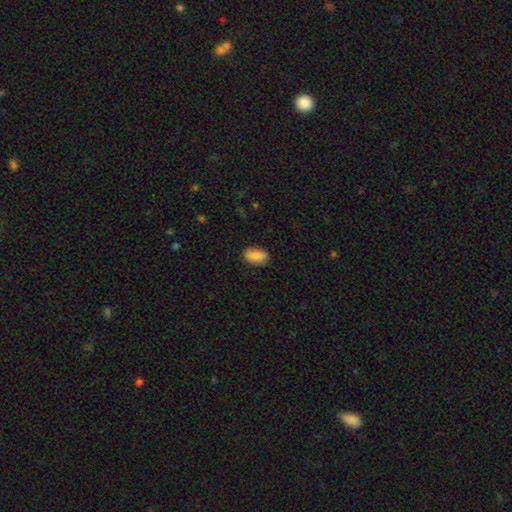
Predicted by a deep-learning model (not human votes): This is clearly a smooth galaxy (86%). How rounded: clearly in between (91%). Merging: clearly none (85%).